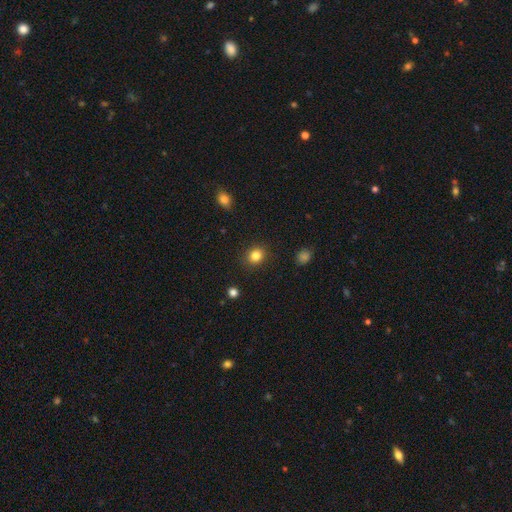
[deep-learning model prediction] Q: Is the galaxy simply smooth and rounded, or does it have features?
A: smooth — 84%.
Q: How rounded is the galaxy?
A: round — 75%.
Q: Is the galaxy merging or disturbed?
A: none — 89%.